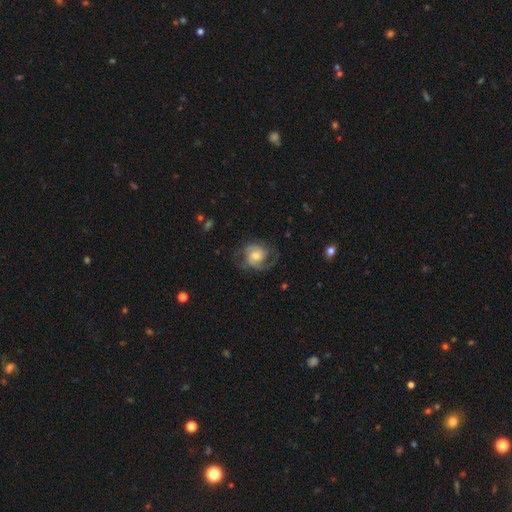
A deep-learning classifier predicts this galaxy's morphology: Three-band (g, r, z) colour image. It shows a featured or disk galaxy (79%) with no bar (63%), 2 (75%) medium (47%) spiral arms (94%) and a moderate central bulge (51%). Merging: none (66%).